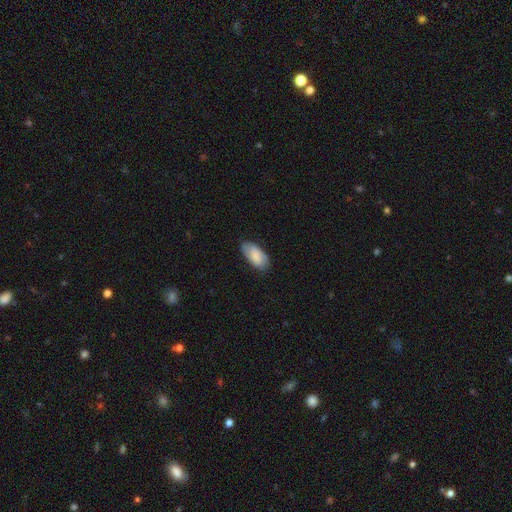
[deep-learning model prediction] A smooth galaxy with no disk features (76%) that is in between round and cigar-shaped (92%).

Vote fractions:
- Smooth or featured? smooth: 76% / featured or disk: 18% / star or artifact: 6%
- How rounded? in between: 92% / cigar-shaped: 6% / round: 2%
- Merging? none: 76% / minor disturbance: 19% / major disturbance: 4% / merger: 1%